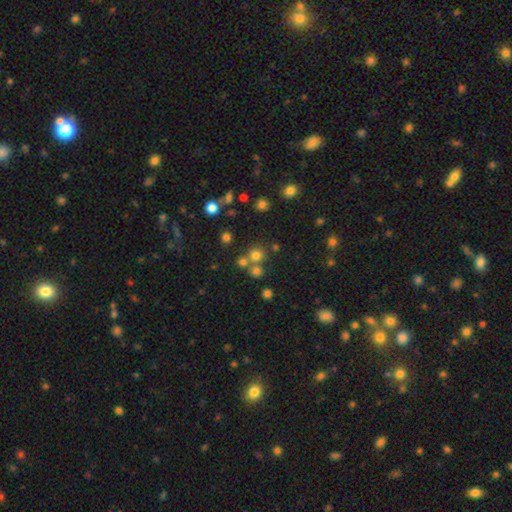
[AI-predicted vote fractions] Q: Smooth or featured?
A: smooth (69%); runner-up: star or artifact (22%)
Q: How rounded?
A: round (91%); runner-up: in between (8%)
Q: Merging?
A: none (66%); runner-up: merger (24%)